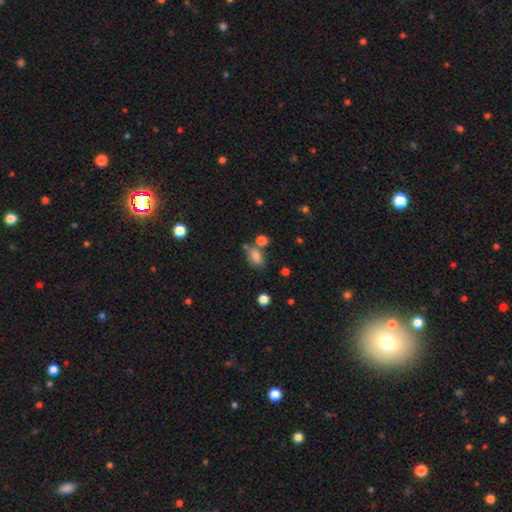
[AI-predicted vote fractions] A smooth galaxy with no disk features (79%) that is in between round and cigar-shaped (82%).

Vote fractions:
- Smooth or featured? smooth: 79% / star or artifact: 12% / featured or disk: 9%
- How rounded? in between: 82% / round: 16% / cigar-shaped: 2%
- Merging? none: 56% / merger: 19% / minor disturbance: 18% / major disturbance: 6%